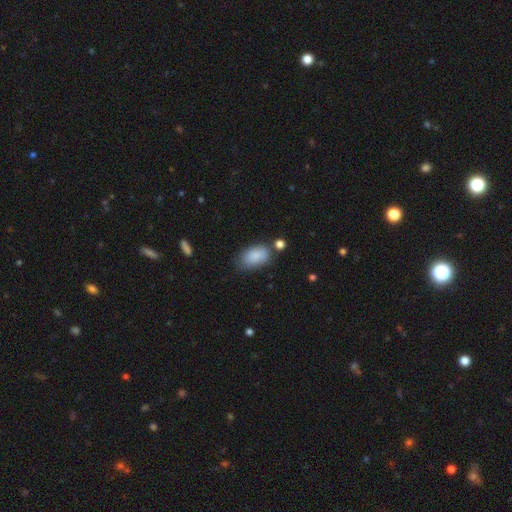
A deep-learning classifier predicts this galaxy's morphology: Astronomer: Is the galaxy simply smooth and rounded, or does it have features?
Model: smooth — 85%.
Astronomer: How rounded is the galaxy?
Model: in between — 93%.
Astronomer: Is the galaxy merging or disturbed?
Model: none — 68%.